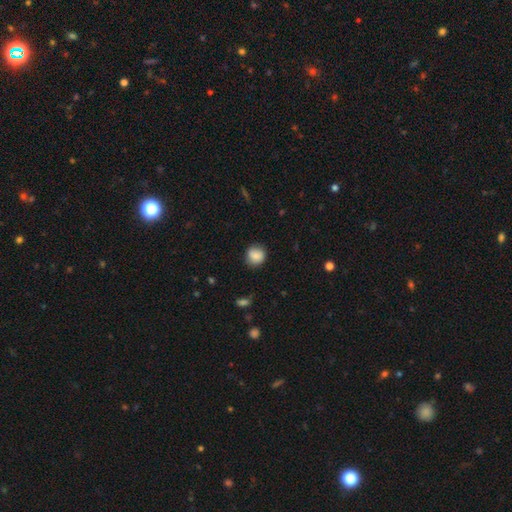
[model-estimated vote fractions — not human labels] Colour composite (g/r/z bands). It shows a smooth galaxy with no disk features (85%) that is round (87%). Merging: none (82%).